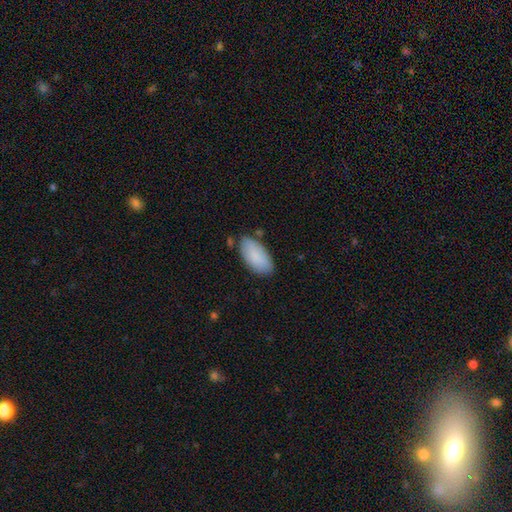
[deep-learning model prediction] This appears to be a smooth galaxy with no disk features (85%) that is in between round and cigar-shaped (94%). Merging: none (76%).